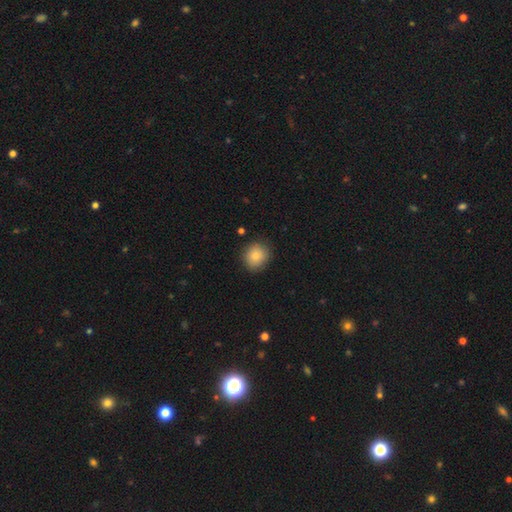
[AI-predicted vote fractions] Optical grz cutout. It shows a smooth galaxy with no disk features (83%) that is round (82%). Merging: none (85%).